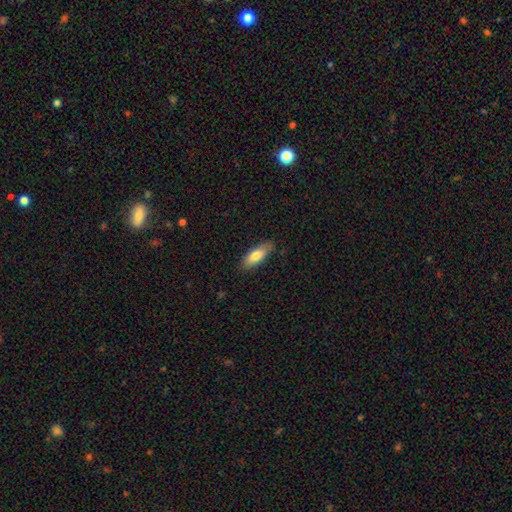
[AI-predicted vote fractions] Smooth or featured? smooth (78%)
How rounded? in between (66%)
Merging? none (83%)